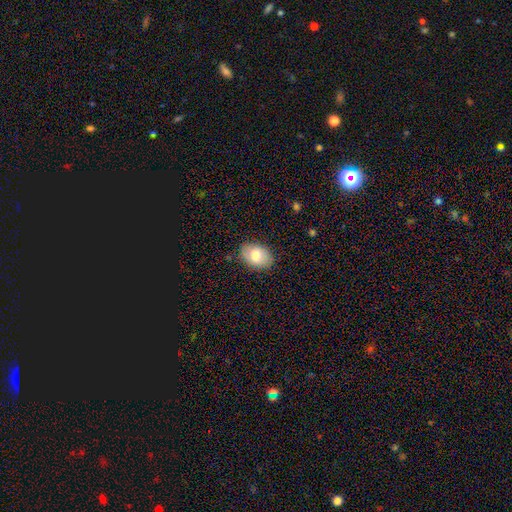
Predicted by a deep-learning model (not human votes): smooth-or-featured: smooth: 76% | featured or disk: 17% | star or artifact: 7%
  how-rounded: in between: 81% | round: 17% | cigar-shaped: 1%
  merging: none: 85% | minor disturbance: 12% | major disturbance: 3% | merger: 1%